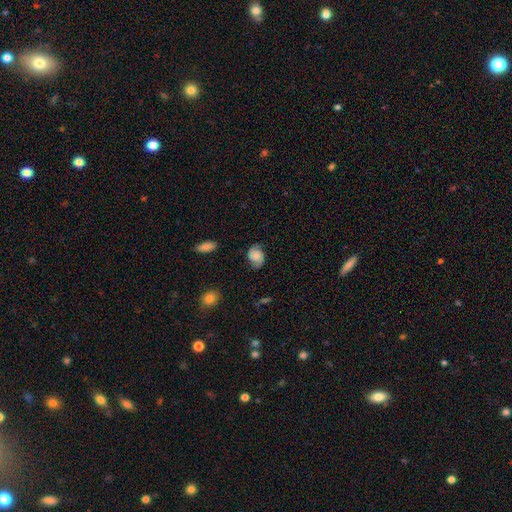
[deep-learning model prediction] Smooth or featured? Predicted: featured or disk (p=0.49). Merging? Predicted: none (p=0.70).